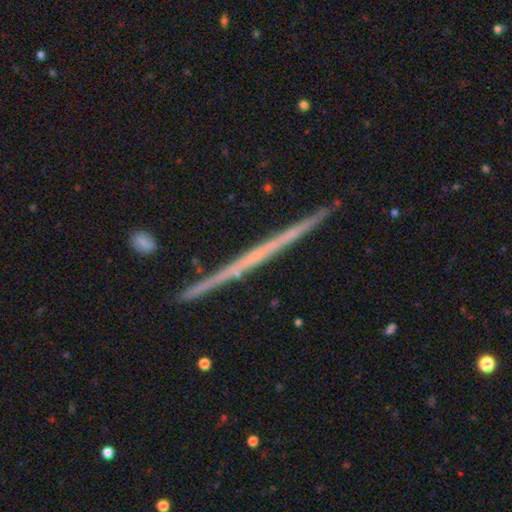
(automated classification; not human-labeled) Smooth or featured? featured or disk (69%)
Edge-on disk? yes (98%)
Edge-on bulge? none (90%)
Merging? none (91%)